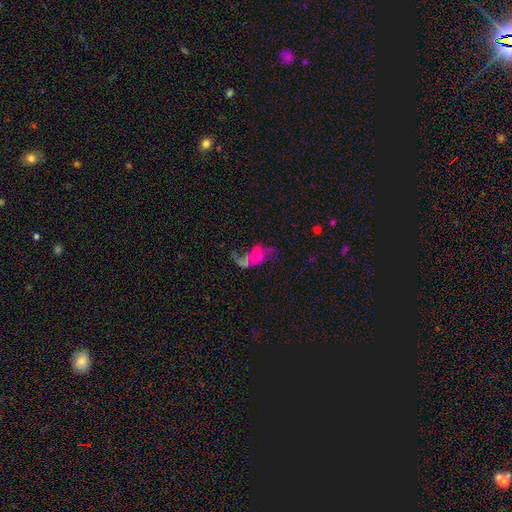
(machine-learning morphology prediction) Smooth or featured: featured or disk — 59% (smooth — 27%)
Edge-on disk: no — 97% (yes — 3%)
Bar: no — 80% (weak — 16%)
Spiral arms: no — 53% (yes — 47%)
Bulge size: none — 67% (small — 19%)
Merging: major disturbance — 39% (none — 24%)